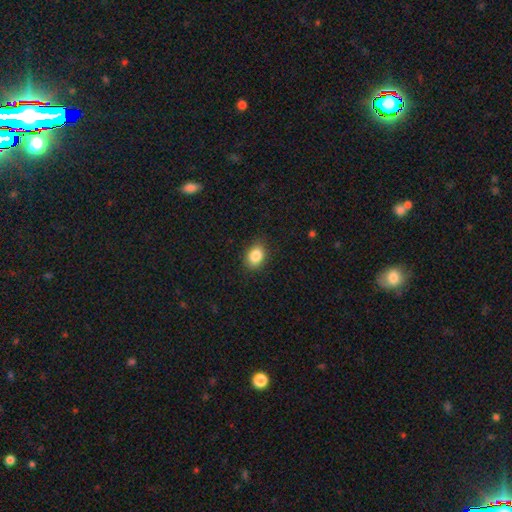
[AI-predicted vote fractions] The model was most divided on "how rounded": in between: 71%, round: 28%, cigar-shaped: 1%. More confident: smooth or featured — smooth (85%); merging — none (85%).